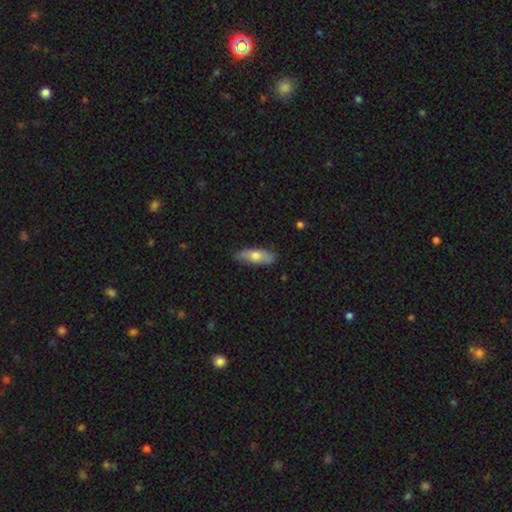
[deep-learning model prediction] Smooth or featured? smooth (67%)
How rounded? in between (65%)
Merging? none (79%)